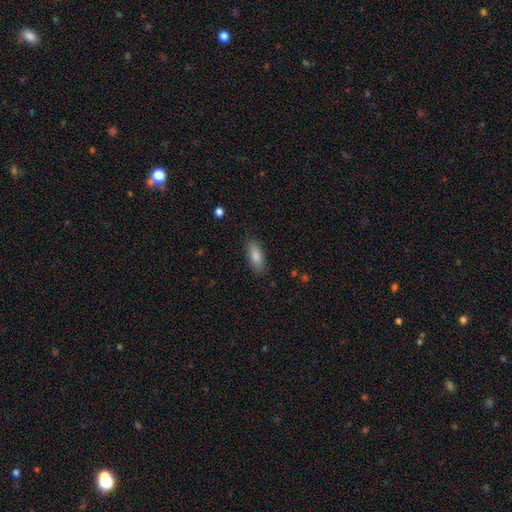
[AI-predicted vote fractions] Smooth or featured? Predicted: smooth (p=0.85). How rounded? Predicted: in between (p=0.78). Merging? Predicted: none (p=0.86).